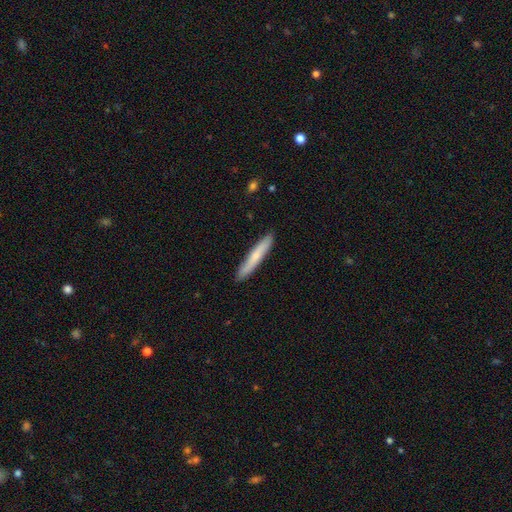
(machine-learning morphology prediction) type=smooth (64%); roundness=cigar-shaped (94%); merging=none (90%).